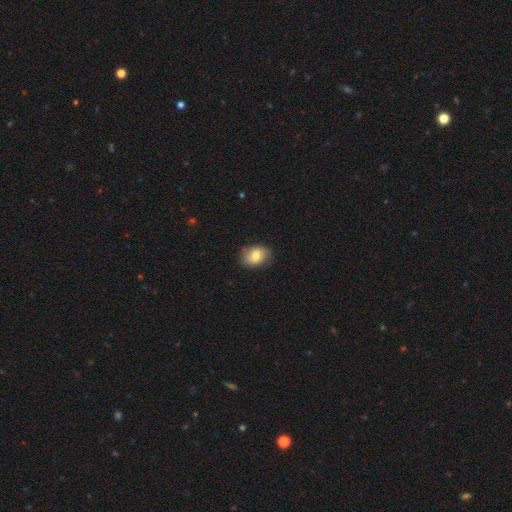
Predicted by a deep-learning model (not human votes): This appears to be a smooth galaxy with no disk features (77%) that is in between round and cigar-shaped (74%). Merging: none (80%).